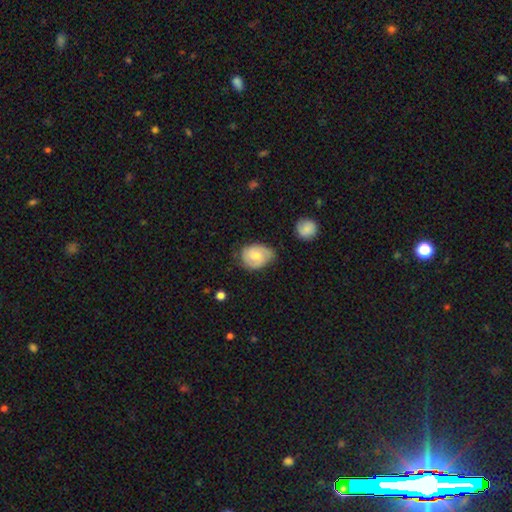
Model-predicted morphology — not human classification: This is possibly a featured or disk galaxy (49%). Merging: possibly none (59%).